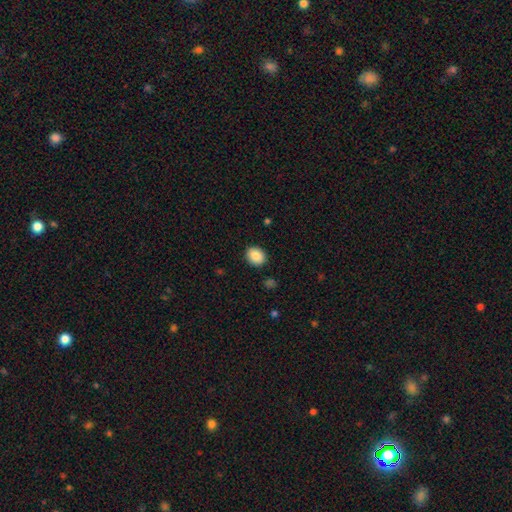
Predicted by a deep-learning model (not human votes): smooth 87%, star or artifact 8%, featured or disk 5%. Down the decision tree: how rounded — round (59%); merging — none (89%).